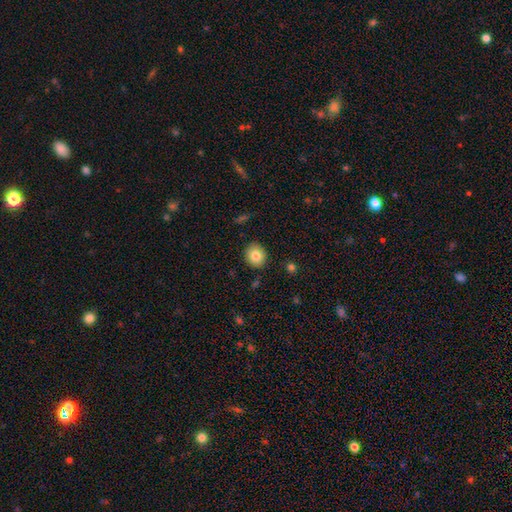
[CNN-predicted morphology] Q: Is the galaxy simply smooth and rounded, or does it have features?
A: smooth — 83%.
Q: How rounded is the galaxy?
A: round — 72%.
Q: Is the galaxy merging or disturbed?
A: none — 89%.